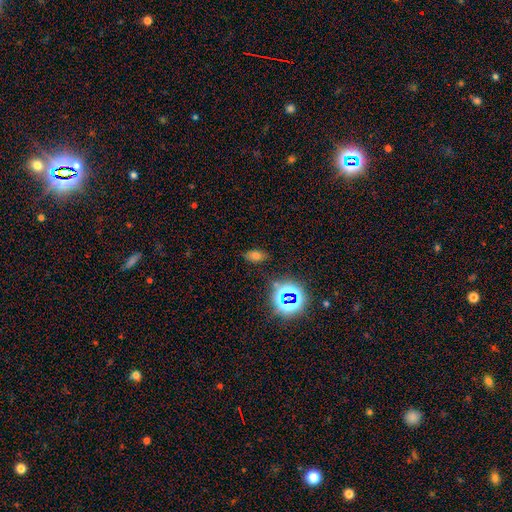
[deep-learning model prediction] Q: Smooth or featured?
A: smooth (62%); runner-up: star or artifact (27%)
Q: How rounded?
A: in between (86%); runner-up: round (10%)
Q: Merging?
A: none (81%); runner-up: minor disturbance (13%)